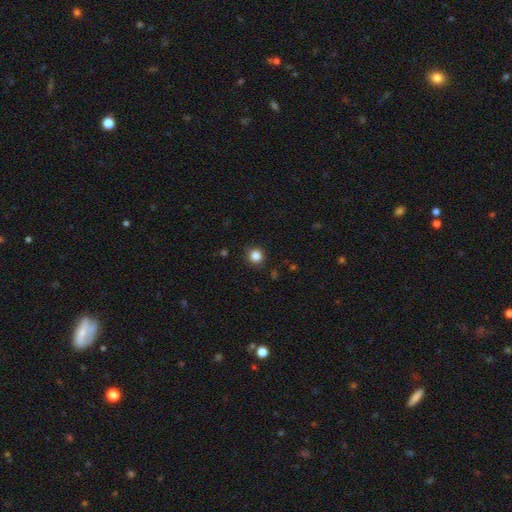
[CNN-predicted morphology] smooth_or_featured: smooth (p=0.84) [alt: star or artifact p=0.12]
how_rounded: round (p=0.92) [alt: in between p=0.07]
merging: none (p=0.89) [alt: minor disturbance p=0.08]